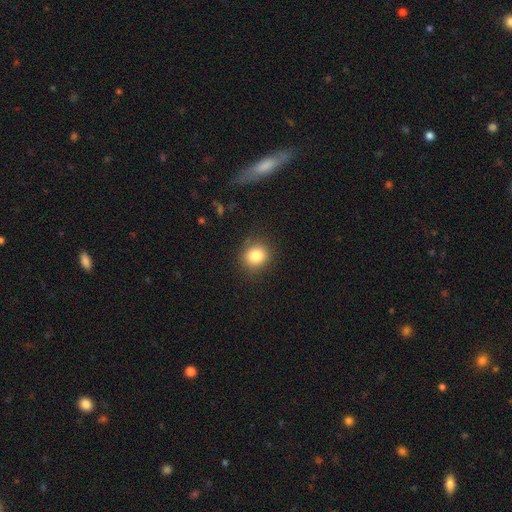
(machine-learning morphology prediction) The model was most divided on "how rounded": round: 79%, in between: 20%, cigar-shaped: 1%. More confident: merging — none (86%); smooth or featured — smooth (83%).